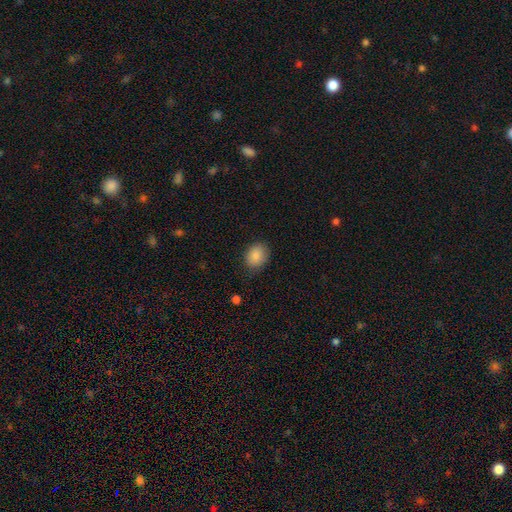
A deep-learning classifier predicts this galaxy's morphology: Smooth or featured: smooth — 88% (star or artifact — 8%)
How rounded: in between — 62% (round — 37%)
Merging: none — 82% (minor disturbance — 14%)